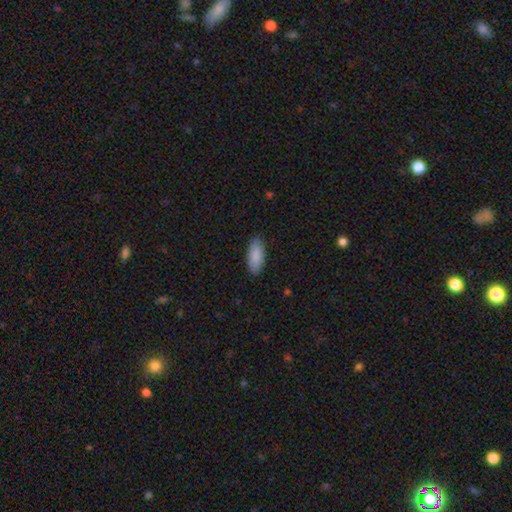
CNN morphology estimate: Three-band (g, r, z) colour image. It shows a smooth galaxy with no disk features (88%) that is in between round and cigar-shaped (86%). Merging: none (87%).